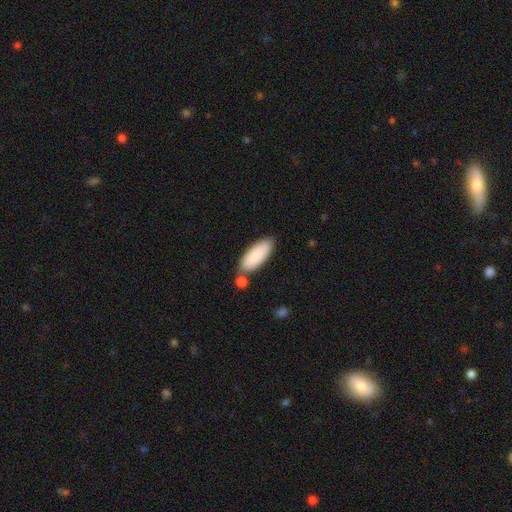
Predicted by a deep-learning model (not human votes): This appears to be a smooth galaxy with no disk features (87%) that is in between round and cigar-shaped (78%). Merging: none (71%).